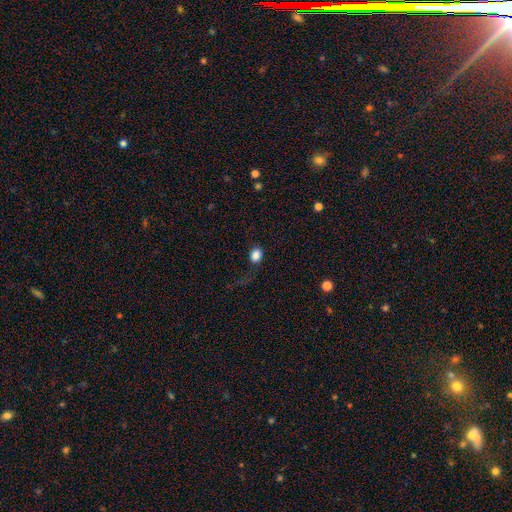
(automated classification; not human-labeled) smooth 84%, star or artifact 10%, featured or disk 6%. Down the decision tree: how rounded — in between (64%); merging — none (59%).